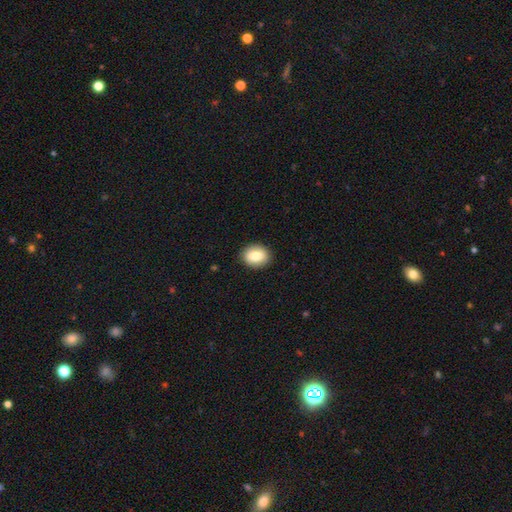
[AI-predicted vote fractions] This appears to be a smooth galaxy with no disk features (81%) that is in between round and cigar-shaped (55%). Merging: none (90%).